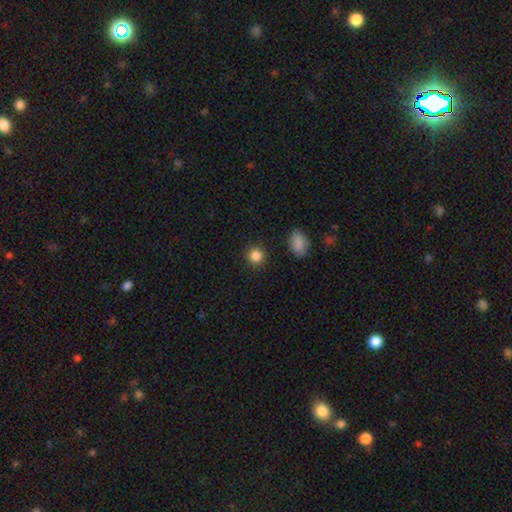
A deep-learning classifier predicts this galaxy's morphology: Smooth or featured?
  - smooth: 86% *
  - star or artifact: 11%
  - featured or disk: 4%
How rounded?
  - round: 90% *
  - in between: 9%
  - cigar-shaped: 1%
Merging?
  - none: 90% *
  - minor disturbance: 6%
  - major disturbance: 2%
  - merger: 2%